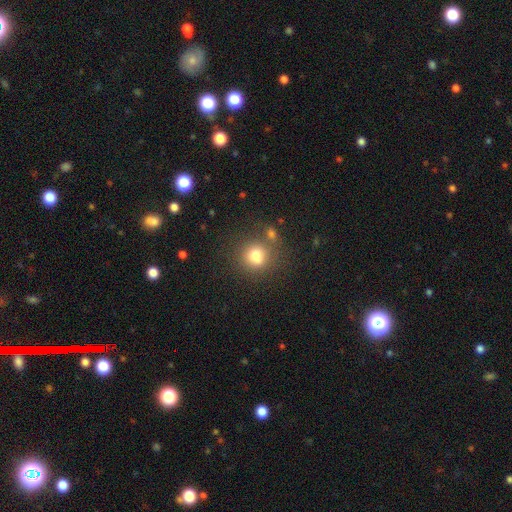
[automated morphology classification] This is likely a smooth galaxy (78%). How rounded: clearly round (82%). Merging: likely none (65%).